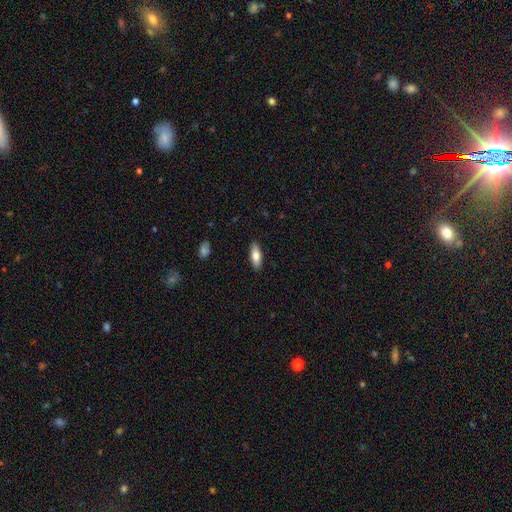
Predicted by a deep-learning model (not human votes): smooth_or_featured: smooth (p=0.79) [alt: featured or disk p=0.15]
how_rounded: in between (p=0.72) [alt: cigar-shaped p=0.26]
merging: none (p=0.89) [alt: minor disturbance p=0.08]